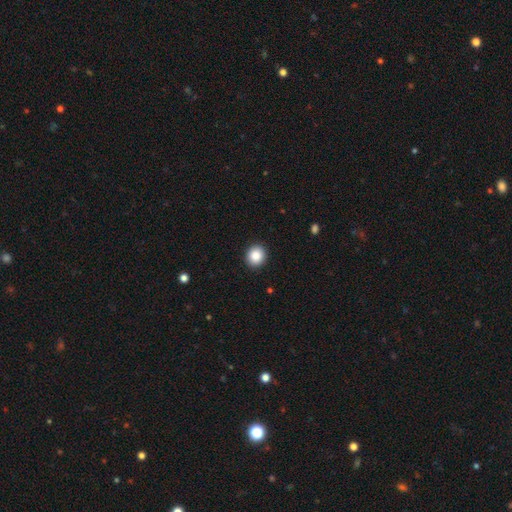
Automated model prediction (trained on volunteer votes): Smooth or featured?
  - smooth: 88% *
  - star or artifact: 9%
  - featured or disk: 3%
How rounded?
  - round: 80% *
  - in between: 19%
  - cigar-shaped: 1%
Merging?
  - none: 91% *
  - minor disturbance: 6%
  - major disturbance: 2%
  - merger: 1%